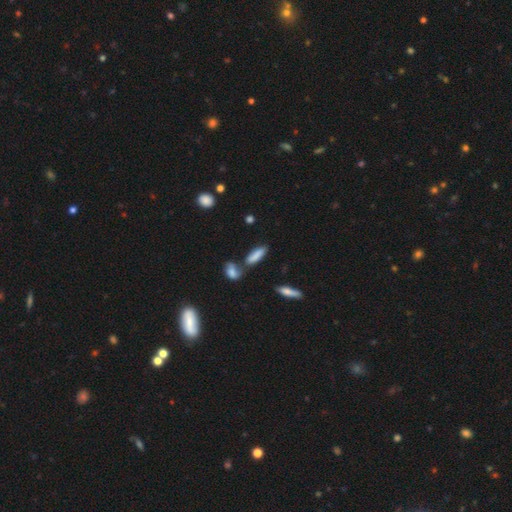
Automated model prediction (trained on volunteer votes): Smooth or featured? smooth (79%)
How rounded? in between (52%)
Merging? none (58%)